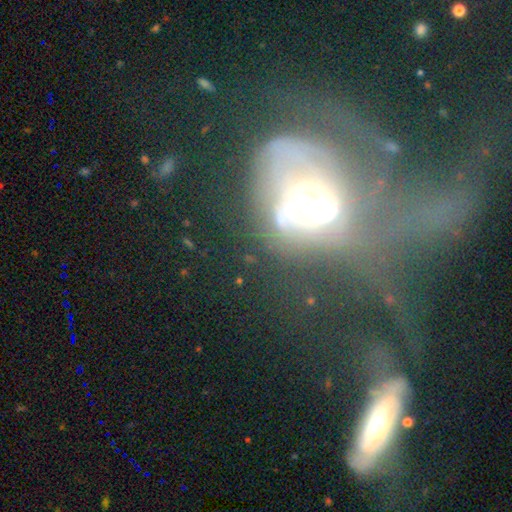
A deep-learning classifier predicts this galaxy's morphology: featured or disk 62%, smooth 23%, star or artifact 16%. Down the decision tree: edge-on disk — no (93%); bar — no (71%); spiral arms — yes (50%, tied with no); bulge size — large (40%); merging — major disturbance (56%).